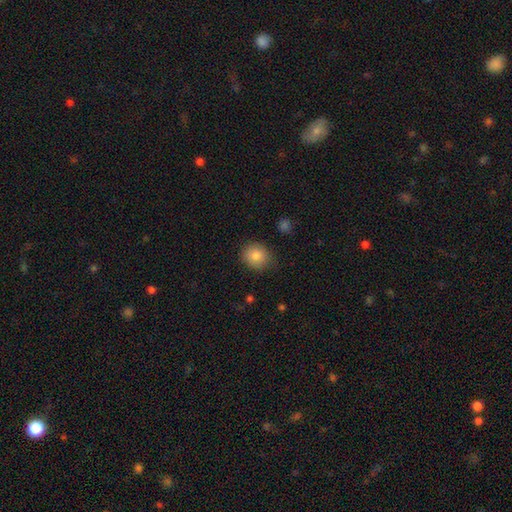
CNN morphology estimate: Overall: smooth (85%). How rounded: round (73%). Merging: none (80%).